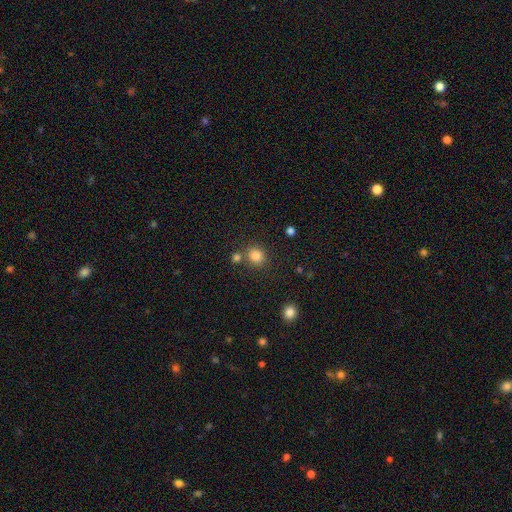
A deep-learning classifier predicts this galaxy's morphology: Smooth or featured? smooth (83%)
How rounded? round (78%)
Merging? none (72%)